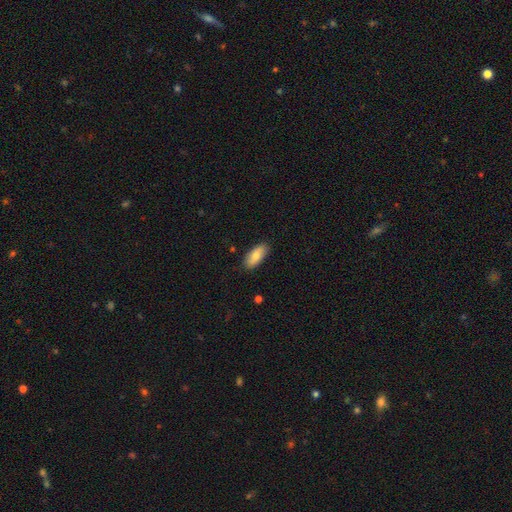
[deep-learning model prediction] smooth-or-featured: smooth: 75% | featured or disk: 19% | star or artifact: 6%
  how-rounded: in between: 85% | cigar-shaped: 13% | round: 2%
  merging: none: 85% | minor disturbance: 12% | major disturbance: 2% | merger: 1%